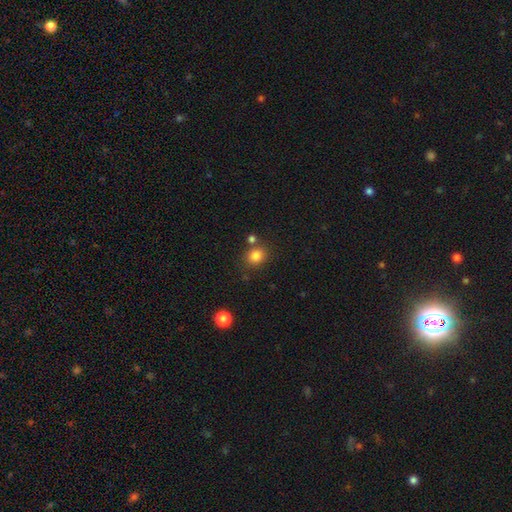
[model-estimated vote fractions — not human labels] smooth-or-featured: smooth: 82% | star or artifact: 12% | featured or disk: 6%
  how-rounded: round: 75% | in between: 24% | cigar-shaped: 1%
  merging: none: 73% | merger: 13% | minor disturbance: 11% | major disturbance: 3%